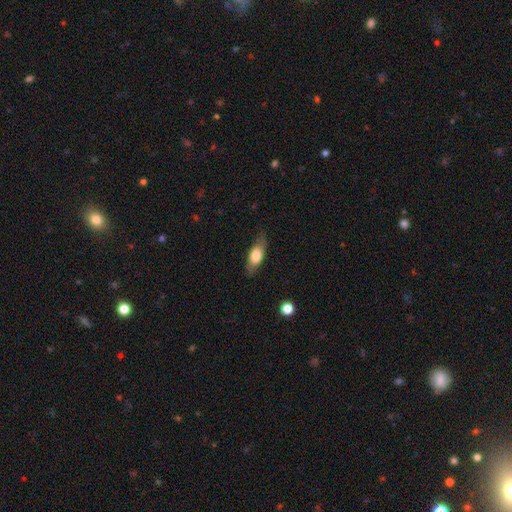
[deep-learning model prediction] Smooth or featured?
  - smooth: 68% *
  - featured or disk: 25%
  - star or artifact: 6%
How rounded?
  - in between: 74% *
  - cigar-shaped: 22%
  - round: 4%
Merging?
  - none: 78% *
  - minor disturbance: 16%
  - major disturbance: 4%
  - merger: 1%